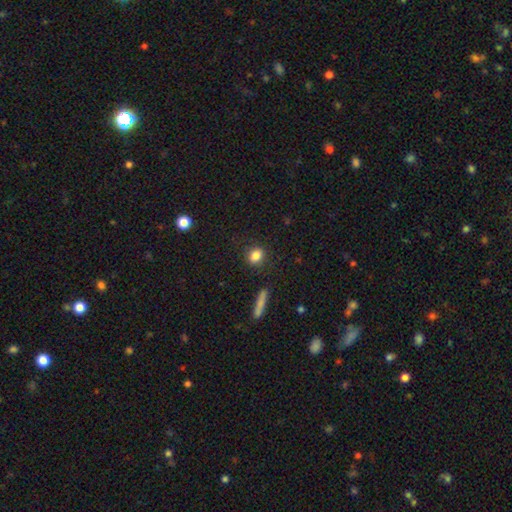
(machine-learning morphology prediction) smooth 85%, star or artifact 9%, featured or disk 6%. Down the decision tree: how rounded — round (56%); merging — none (87%).